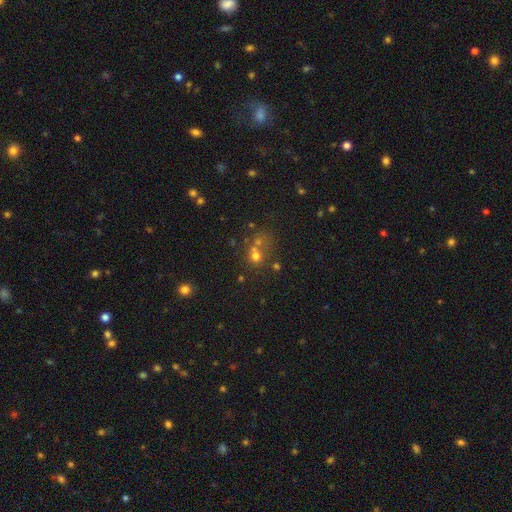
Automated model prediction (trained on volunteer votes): Smooth or featured?
  - smooth: 61% *
  - star or artifact: 24%
  - featured or disk: 16%
How rounded?
  - round: 79% *
  - in between: 20%
  - cigar-shaped: 1%
Merging?
  - none: 44% *
  - merger: 41%
  - minor disturbance: 9%
  - major disturbance: 6%